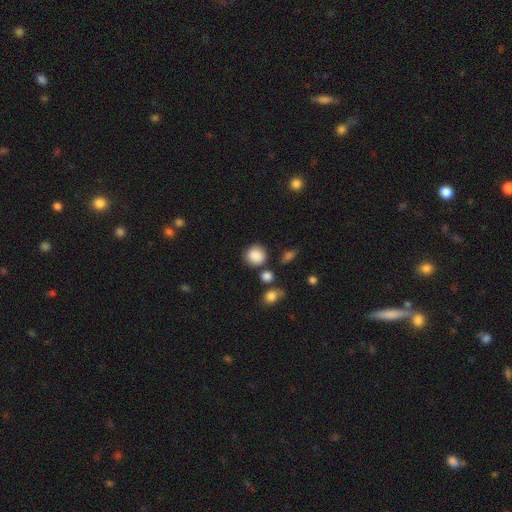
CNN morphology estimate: Smooth or featured: smooth — 87% (star or artifact — 9%)
How rounded: round — 88% (in between — 10%)
Merging: none — 78% (minor disturbance — 12%)